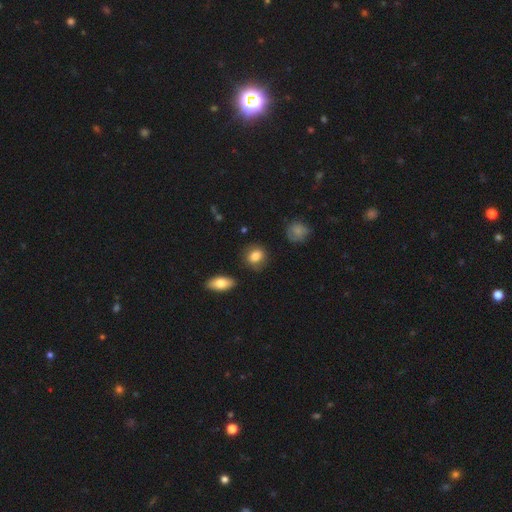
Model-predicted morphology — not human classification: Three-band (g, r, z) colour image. It shows a smooth galaxy with no disk features (83%) that is round (64%). Merging: none (82%).